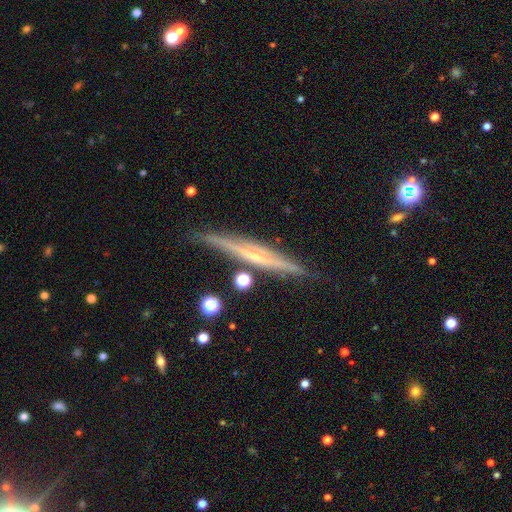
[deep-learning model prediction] Smooth or featured? Predicted: featured or disk (p=0.73). Edge-on disk? Predicted: yes (p=0.96). Edge-on bulge? Predicted: none (p=0.52). Merging? Predicted: none (p=0.81).